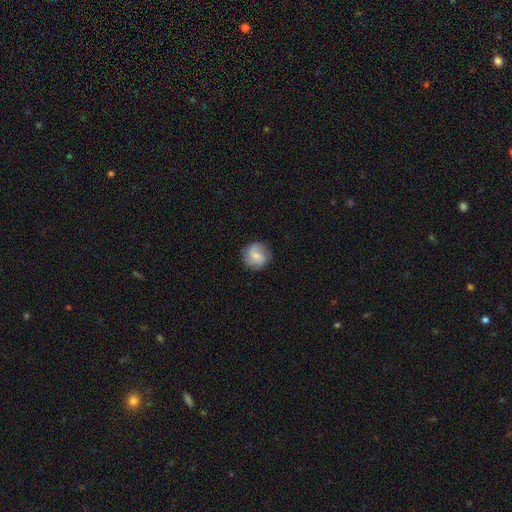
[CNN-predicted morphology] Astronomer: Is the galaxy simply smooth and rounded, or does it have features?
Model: featured or disk — 57% (runner-up: smooth, 36%).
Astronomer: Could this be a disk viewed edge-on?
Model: no — 97%.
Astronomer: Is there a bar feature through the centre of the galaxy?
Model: weak — 45%, tied with no at 45%.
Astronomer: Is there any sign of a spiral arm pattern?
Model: yes — 90%.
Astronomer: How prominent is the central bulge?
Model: small — 58%.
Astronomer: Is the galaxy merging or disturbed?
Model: none — 81%.